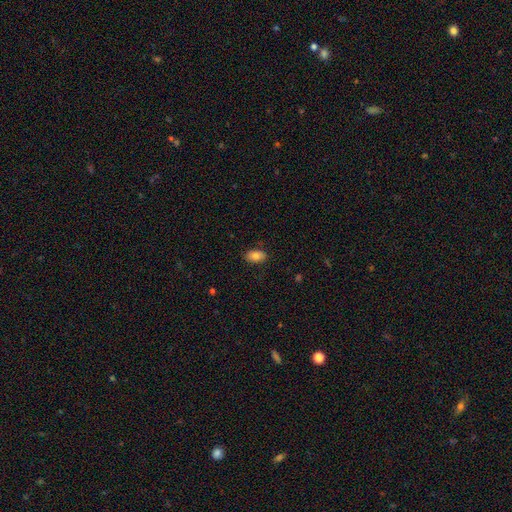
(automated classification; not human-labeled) Smooth or featured? smooth (82%)
How rounded? in between (92%)
Merging? none (86%)